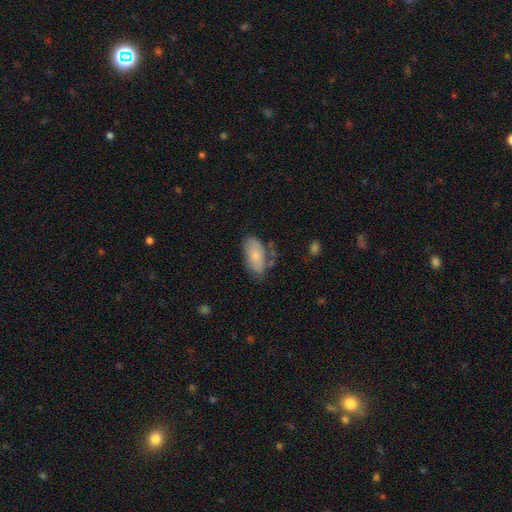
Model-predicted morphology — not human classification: Overall: smooth (78%). How rounded: in between (93%). Merging: none (62%; minor disturbance 25%).